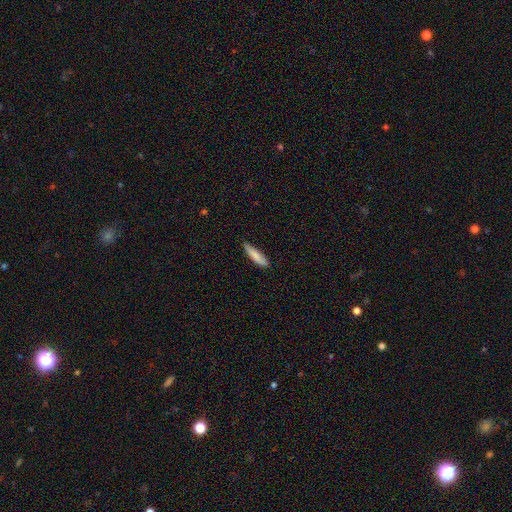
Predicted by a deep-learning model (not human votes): smooth-or-featured: smooth: 82% | featured or disk: 13% | star or artifact: 6%
  how-rounded: cigar-shaped: 74% | in between: 24% | round: 1%
  merging: none: 75% | minor disturbance: 20% | major disturbance: 3% | merger: 1%